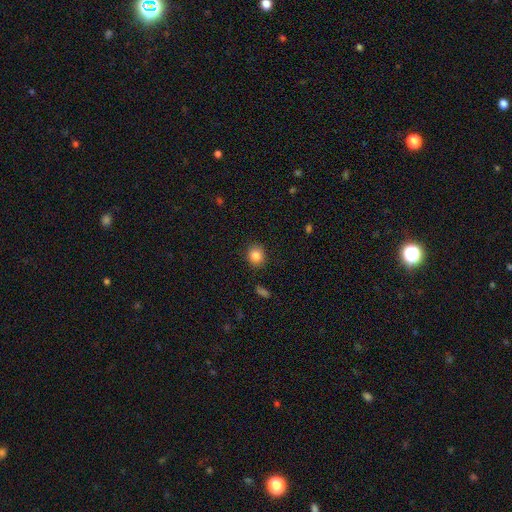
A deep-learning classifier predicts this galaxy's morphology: smooth_or_featured: smooth (p=0.85) [alt: star or artifact p=0.10]
how_rounded: round (p=0.80) [alt: in between p=0.19]
merging: none (p=0.88) [alt: minor disturbance p=0.08]